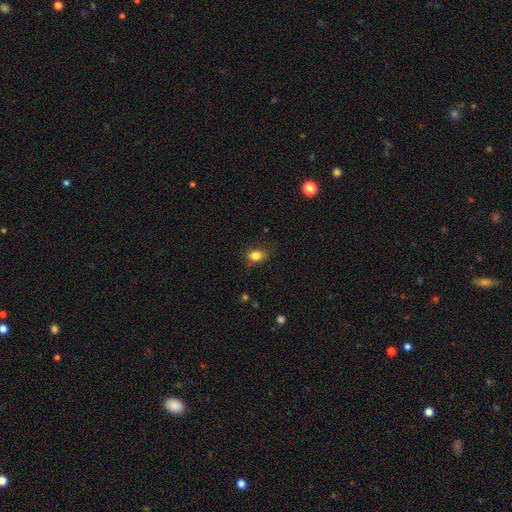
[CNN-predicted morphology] This appears to be a smooth galaxy with no disk features (83%) that is in between round and cigar-shaped (67%). Merging: none (74%).